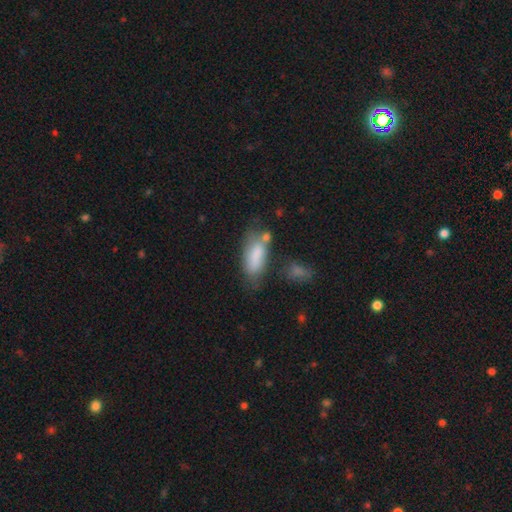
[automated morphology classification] This appears to be a smooth galaxy with no disk features (77%) that is in between round and cigar-shaped (79%). Merging: none (45%).